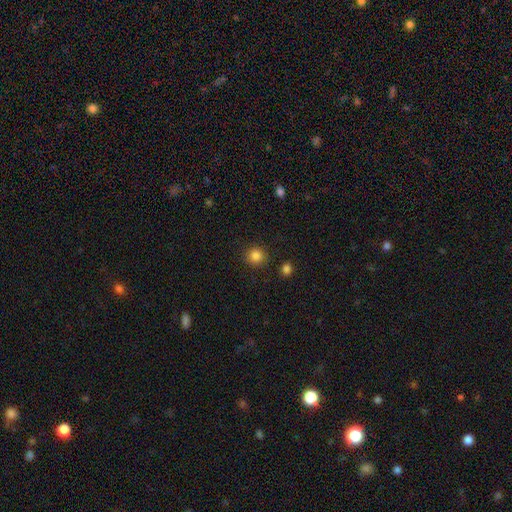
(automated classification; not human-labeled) Morphology: type=smooth (85%); roundness=round (90%); merging=none (89%).